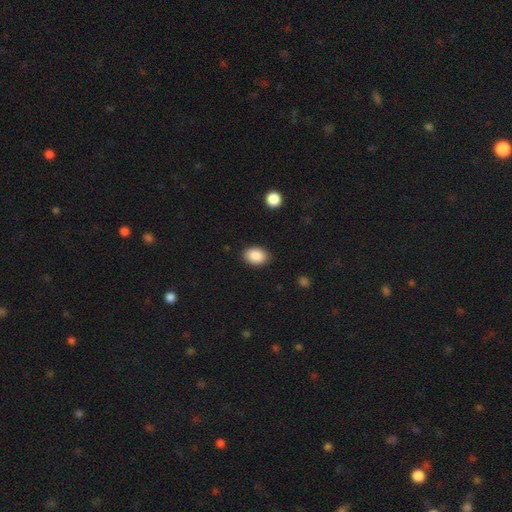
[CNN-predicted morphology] Smooth or featured: smooth — 89% (star or artifact — 7%)
How rounded: in between — 83% (round — 16%)
Merging: none — 87% (minor disturbance — 9%)